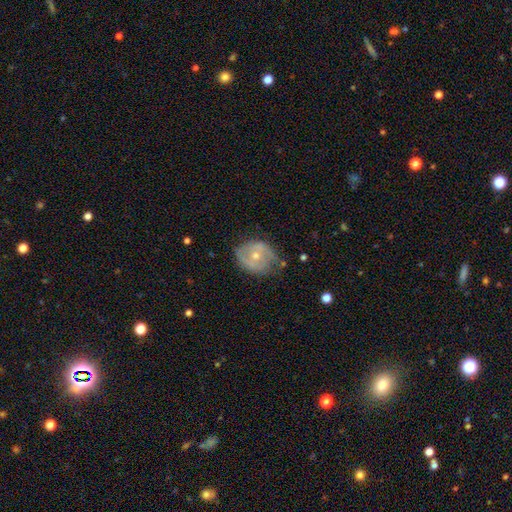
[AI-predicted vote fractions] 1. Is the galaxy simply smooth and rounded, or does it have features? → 60% featured or disk, 33% smooth, 7% star or artifact.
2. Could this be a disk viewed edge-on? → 96% no, 4% yes.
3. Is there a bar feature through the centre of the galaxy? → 69% no, 25% weak, 6% strong.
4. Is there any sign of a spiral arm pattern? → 66% yes, 34% no.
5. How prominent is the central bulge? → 53% moderate, 44% small, 1% large, 1% none, 1% dominant.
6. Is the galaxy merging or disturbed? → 55% none, 31% minor disturbance, 11% major disturbance, 2% merger.